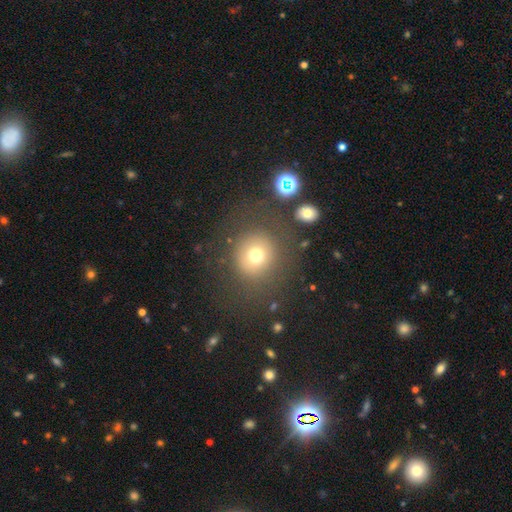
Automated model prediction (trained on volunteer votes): Overall: smooth (71%). How rounded: round (89%). Merging: none (76%).